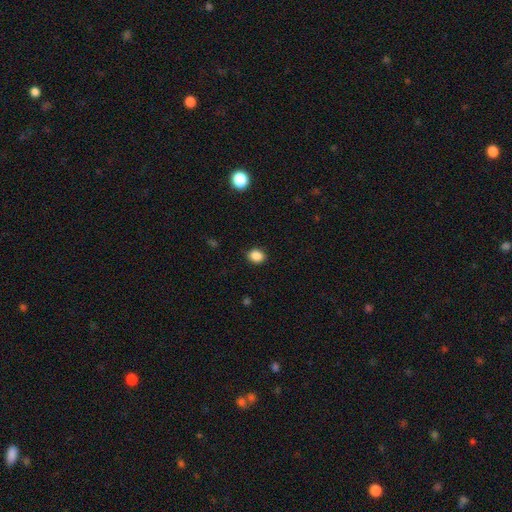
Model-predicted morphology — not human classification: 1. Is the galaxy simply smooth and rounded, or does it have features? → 88% smooth, 9% star or artifact, 3% featured or disk.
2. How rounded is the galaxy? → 52% round, 47% in between, 1% cigar-shaped.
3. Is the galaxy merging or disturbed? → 89% none, 8% minor disturbance, 2% major disturbance, 1% merger.